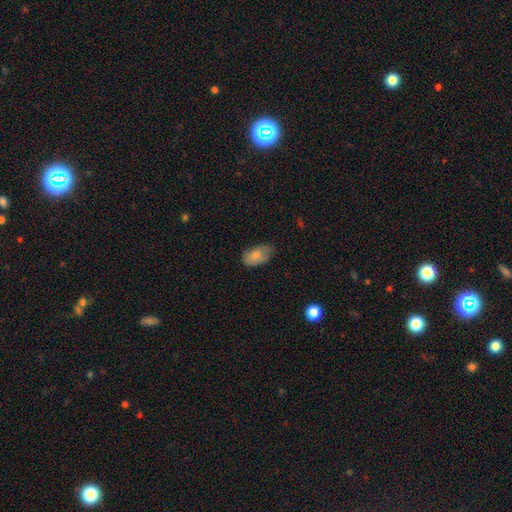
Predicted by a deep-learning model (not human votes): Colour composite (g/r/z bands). It shows a smooth galaxy with no disk features (78%) that is in between round and cigar-shaped (92%). Merging: none (63%).